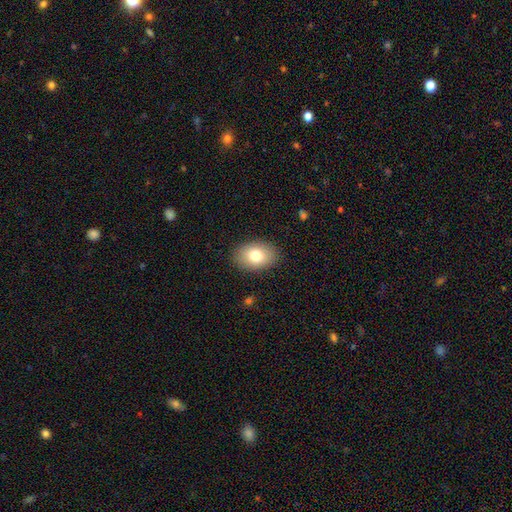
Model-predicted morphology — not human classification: type=smooth (79%); roundness=in between (84%); merging=none (88%).